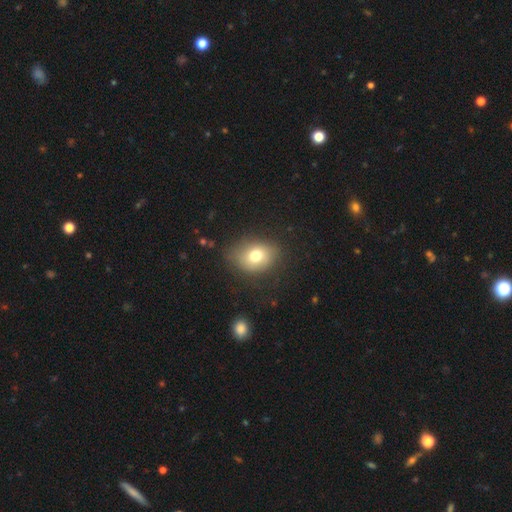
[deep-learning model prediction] smooth_or_featured: smooth (p=0.74) [alt: featured or disk p=0.15]
how_rounded: in between (p=0.57) [alt: round p=0.42]
merging: none (p=0.72) [alt: minor disturbance p=0.20]